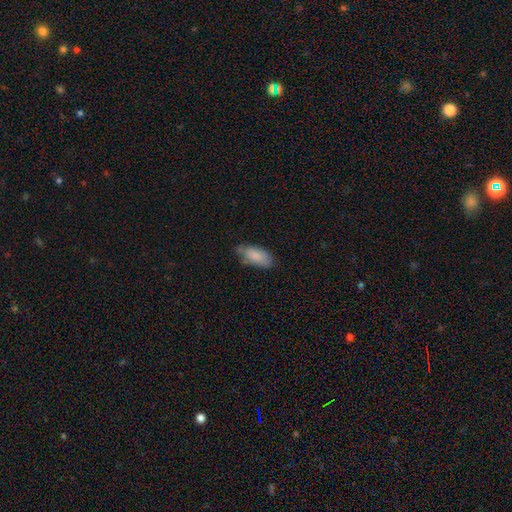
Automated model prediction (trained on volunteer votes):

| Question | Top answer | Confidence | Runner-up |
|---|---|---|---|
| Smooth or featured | smooth | 84% | featured or disk (10%) |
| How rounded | in between | 89% | cigar-shaped (9%) |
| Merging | none | 63% | minor disturbance (29%) |